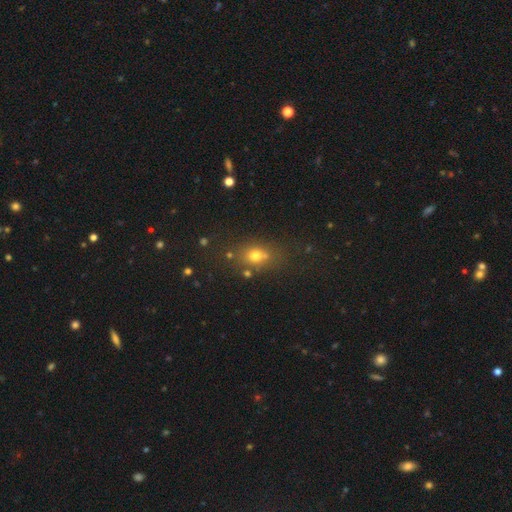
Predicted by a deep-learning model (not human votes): Smooth or featured? Predicted: smooth (p=0.69). How rounded? Predicted: in between (p=0.54). Merging? Predicted: none (p=0.69).